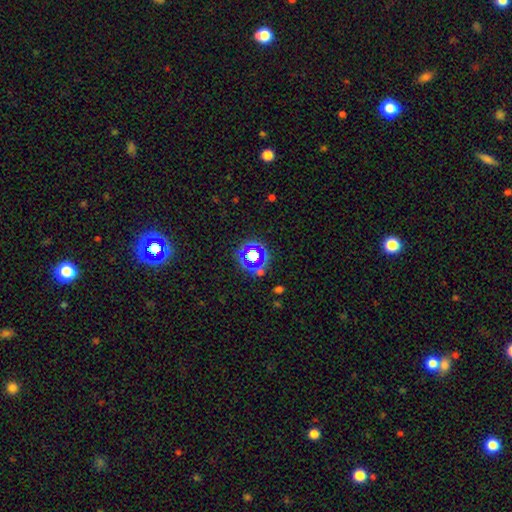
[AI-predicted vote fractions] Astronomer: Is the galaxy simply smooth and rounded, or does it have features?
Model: star or artifact — 60%.